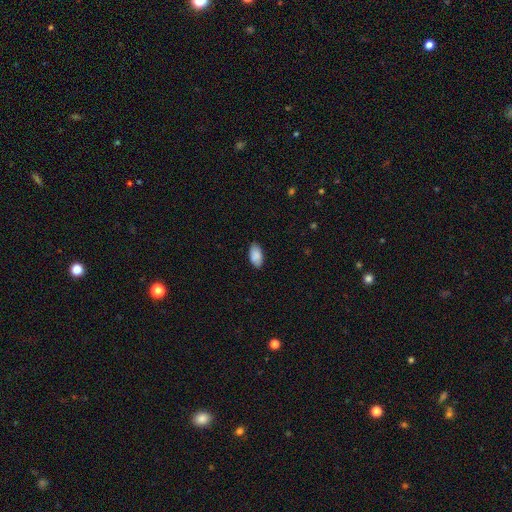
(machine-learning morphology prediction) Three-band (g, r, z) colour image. It shows a smooth galaxy with no disk features (90%) that is in between round and cigar-shaped (95%). Merging: none (86%).